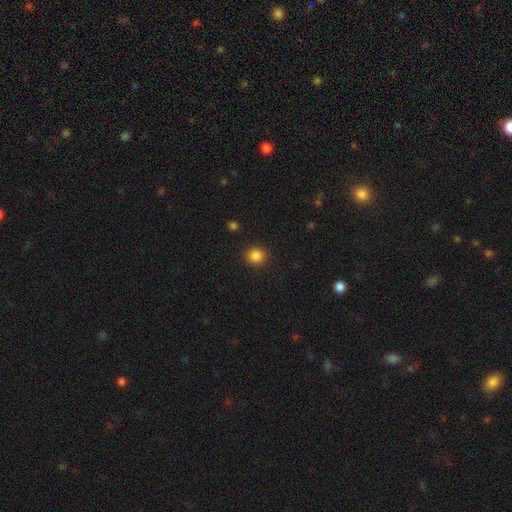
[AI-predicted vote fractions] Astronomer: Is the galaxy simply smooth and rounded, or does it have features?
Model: smooth — 85%.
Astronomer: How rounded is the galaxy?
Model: round — 89%.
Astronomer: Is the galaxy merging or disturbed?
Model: none — 91%.